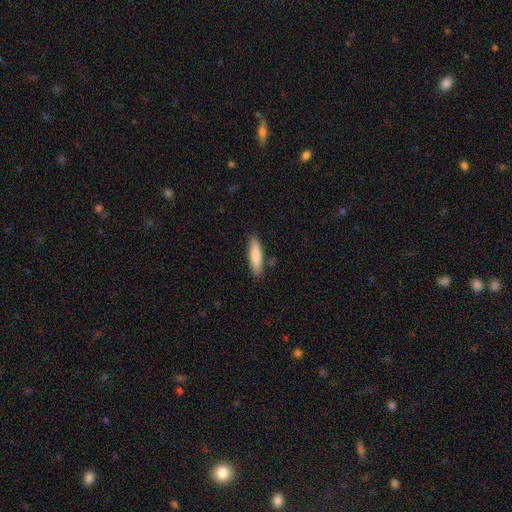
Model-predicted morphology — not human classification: Smooth or featured? smooth (79%)
How rounded? cigar-shaped (74%)
Merging? none (85%)